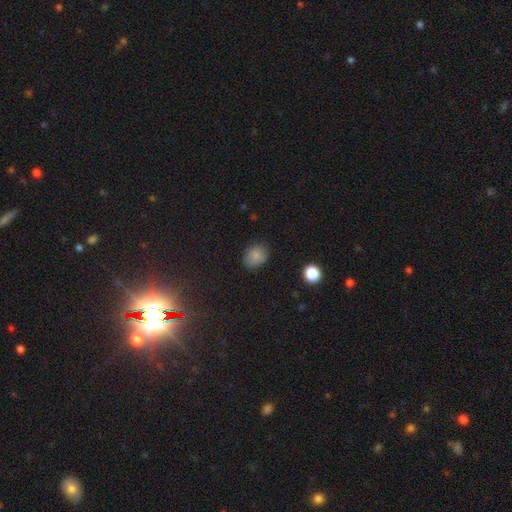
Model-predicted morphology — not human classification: Smooth or featured: smooth — 83% (star or artifact — 12%)
How rounded: in between — 53% (round — 46%)
Merging: none — 80% (minor disturbance — 16%)